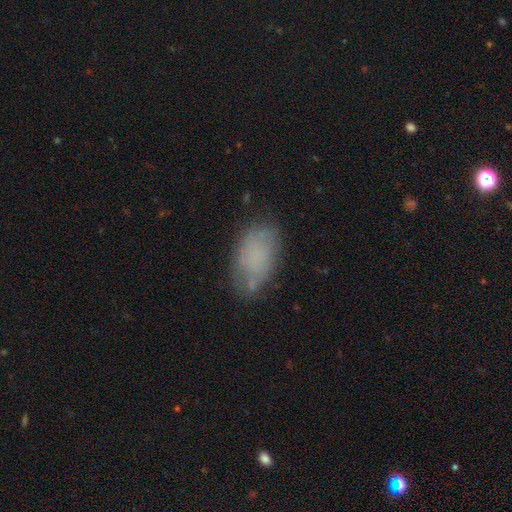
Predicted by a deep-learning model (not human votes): Q: Smooth or featured?
A: smooth (69%); runner-up: featured or disk (21%)
Q: How rounded?
A: in between (92%); runner-up: round (6%)
Q: Merging?
A: none (63%); runner-up: minor disturbance (25%)